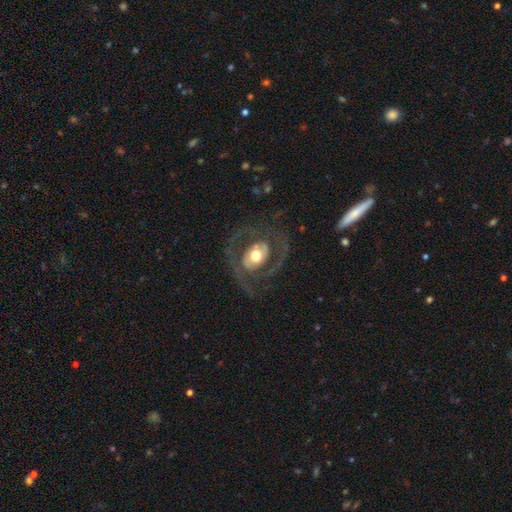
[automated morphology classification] featured or disk 80%, smooth 14%, star or artifact 5%. Down the decision tree: edge-on disk — no (97%); bar — no (57%); spiral arms — yes (81%); spiral arm count — 2 (75%); spiral winding — medium (49%); bulge size — moderate (62%); merging — none (69%).